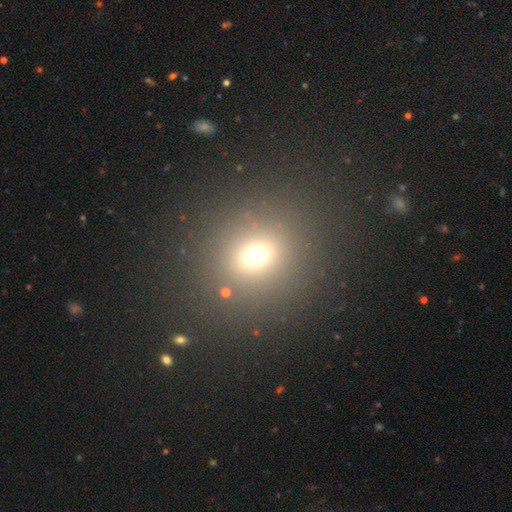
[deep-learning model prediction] This appears to be a smooth galaxy with no disk features (67%) that is round (77%). Merging: none (84%).